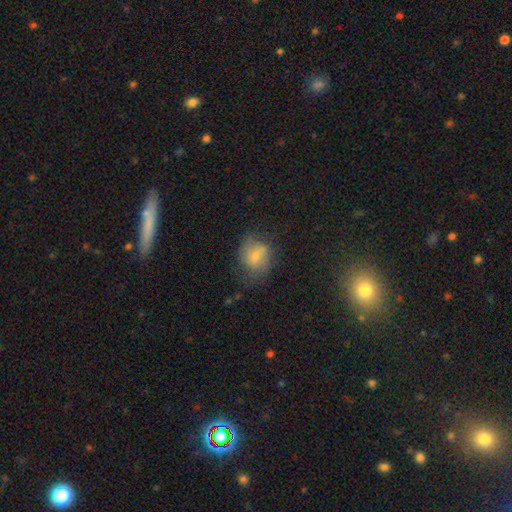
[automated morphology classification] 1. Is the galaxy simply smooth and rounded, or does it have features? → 56% smooth, 34% featured or disk, 10% star or artifact.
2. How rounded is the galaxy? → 60% round, 39% in between, 1% cigar-shaped.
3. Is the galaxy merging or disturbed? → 55% none, 26% minor disturbance, 15% major disturbance, 4% merger.